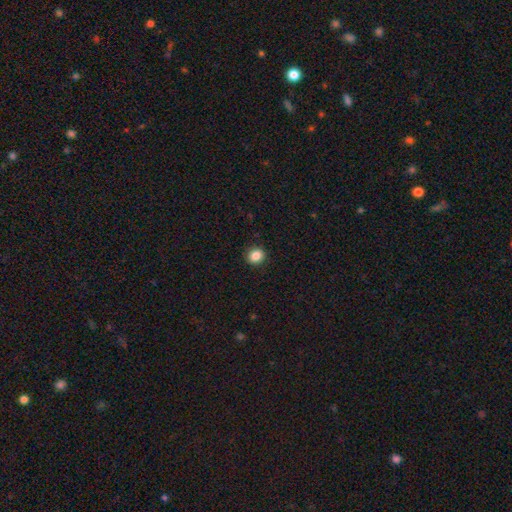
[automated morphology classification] Smooth or featured? Predicted: smooth (p=0.86). How rounded? Predicted: round (p=0.81). Merging? Predicted: none (p=0.91).